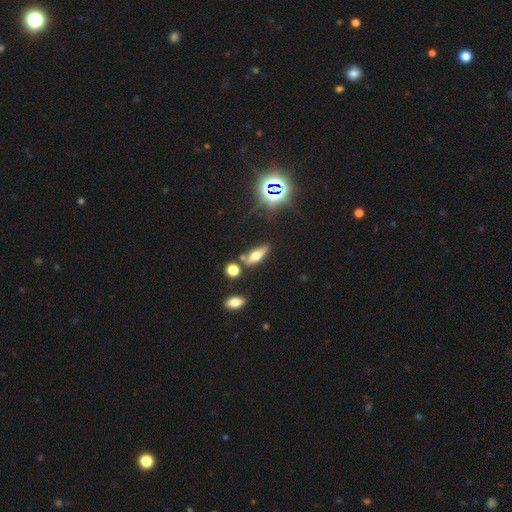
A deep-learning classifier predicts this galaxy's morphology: Q: Smooth or featured?
A: featured or disk (46%); runner-up: smooth (38%)
Q: Merging?
A: none (72%); runner-up: minor disturbance (13%)